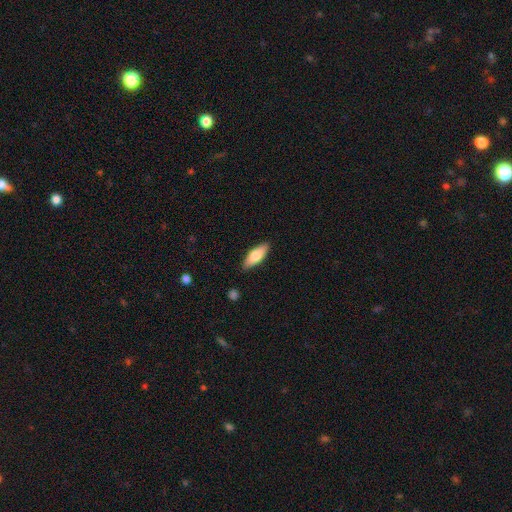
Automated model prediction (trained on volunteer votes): Smooth or featured? smooth (69%)
How rounded? in between (63%)
Merging? none (87%)